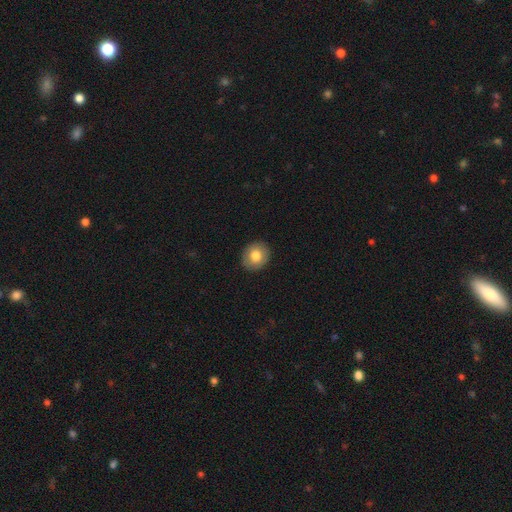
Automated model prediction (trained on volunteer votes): A smooth galaxy with no disk features (79%) that is round (74%). Merging: none (90%).